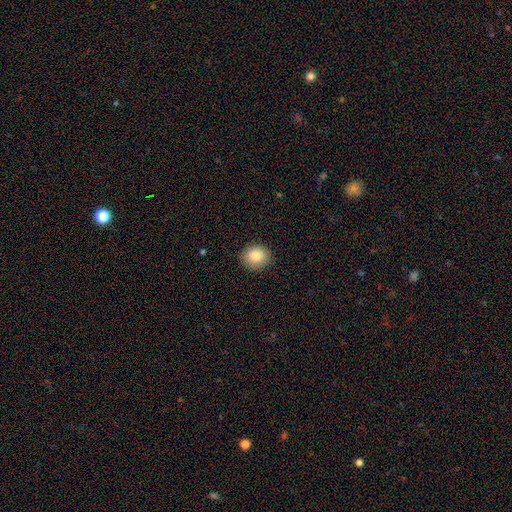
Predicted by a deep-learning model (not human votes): Smooth or featured: smooth — 84% (star or artifact — 9%)
How rounded: round — 76% (in between — 23%)
Merging: none — 89% (minor disturbance — 8%)